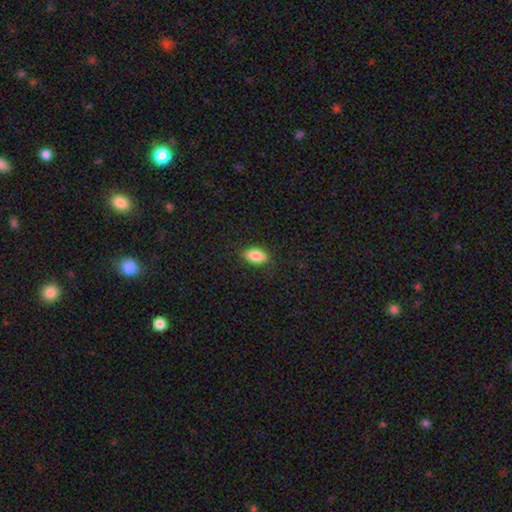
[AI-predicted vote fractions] Q: Smooth or featured?
A: smooth (86%); runner-up: star or artifact (7%)
Q: How rounded?
A: in between (90%); runner-up: cigar-shaped (6%)
Q: Merging?
A: none (87%); runner-up: minor disturbance (10%)